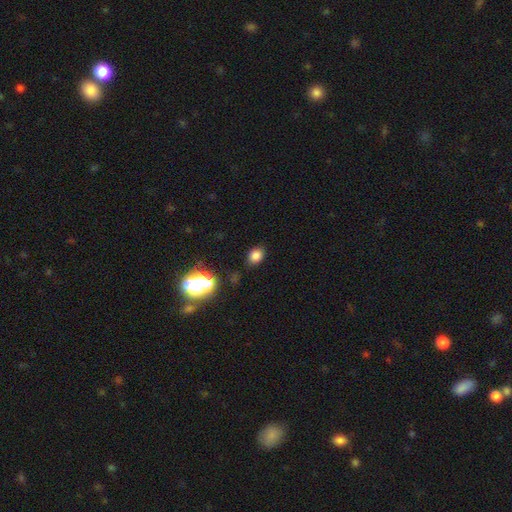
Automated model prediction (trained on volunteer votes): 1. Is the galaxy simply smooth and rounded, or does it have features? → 79% smooth, 16% star or artifact, 5% featured or disk.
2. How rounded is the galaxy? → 52% in between, 47% round, 1% cigar-shaped.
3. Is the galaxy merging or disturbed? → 83% none, 11% minor disturbance, 3% major disturbance, 2% merger.